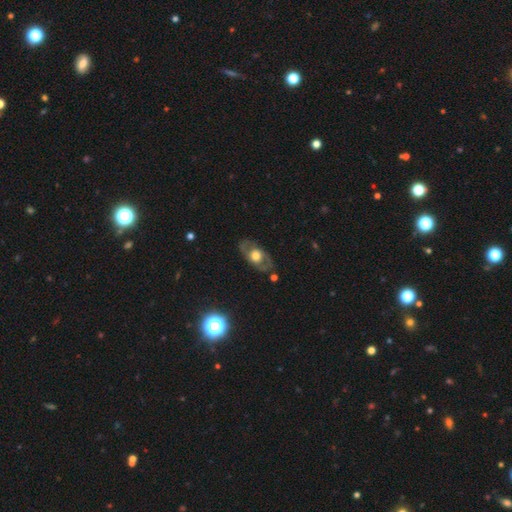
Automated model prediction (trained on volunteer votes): Morphology: type=featured or disk (56%); edge-on=no (81%); merging=none (78%).